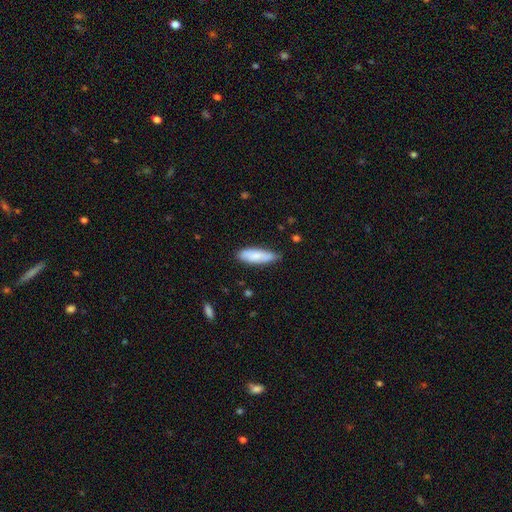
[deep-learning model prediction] smooth_or_featured: smooth (p=0.84) [alt: featured or disk p=0.10]
how_rounded: in between (p=0.57) [alt: cigar-shaped p=0.41]
merging: none (p=0.68) [alt: minor disturbance p=0.26]